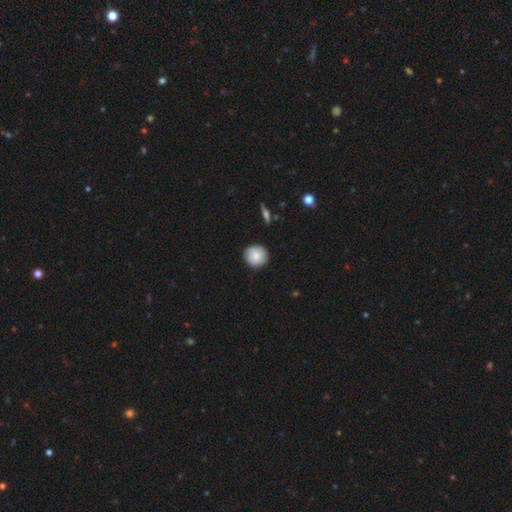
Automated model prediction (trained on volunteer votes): A smooth galaxy with no disk features (82%) that is round (92%). Merging: none (86%).